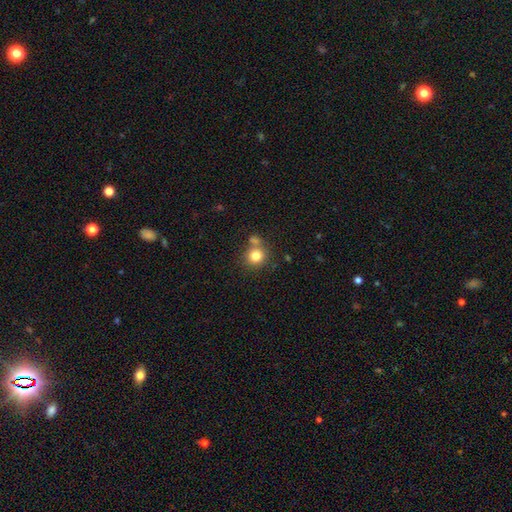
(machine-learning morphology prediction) type=smooth (81%); roundness=round (89%); merging=none (62%).